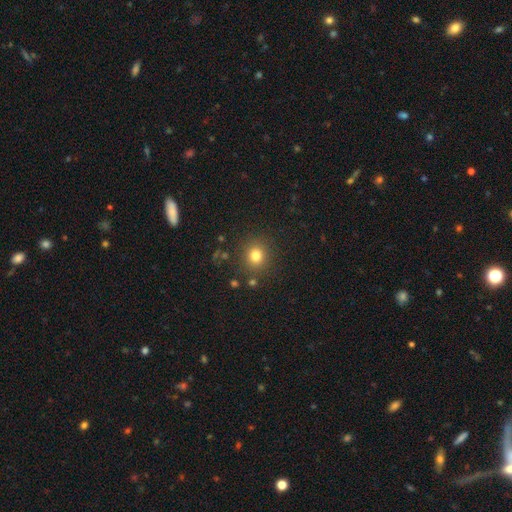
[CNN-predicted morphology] This appears to be a smooth galaxy with no disk features (80%) that is round (87%). Merging: none (86%).